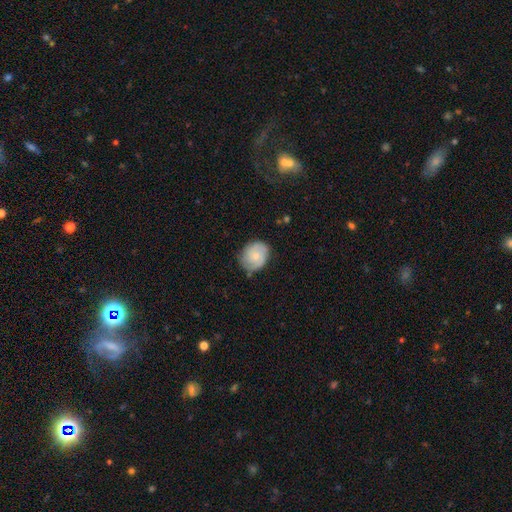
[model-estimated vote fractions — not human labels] This is possibly a smooth galaxy (48%). Merging: likely none (73%).